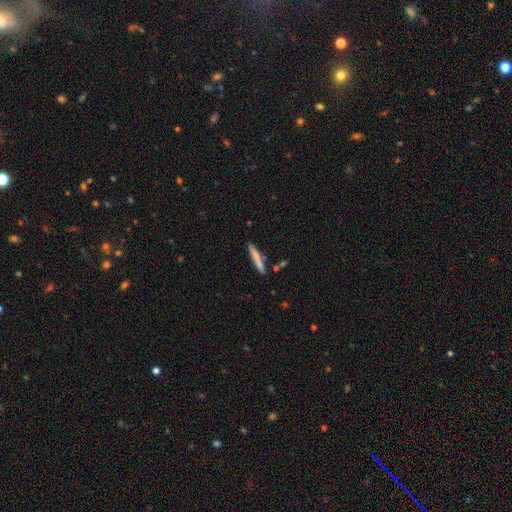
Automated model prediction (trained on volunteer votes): Q: Smooth or featured?
A: smooth (71%); runner-up: featured or disk (23%)
Q: How rounded?
A: cigar-shaped (95%); runner-up: in between (3%)
Q: Merging?
A: none (86%); runner-up: minor disturbance (9%)